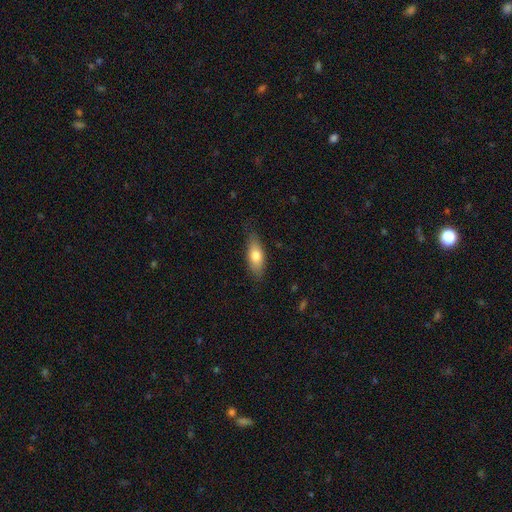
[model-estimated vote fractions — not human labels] The model was most divided on "how rounded": in between: 74%, cigar-shaped: 23%, round: 3%. More confident: merging — none (79%); smooth or featured — smooth (73%).